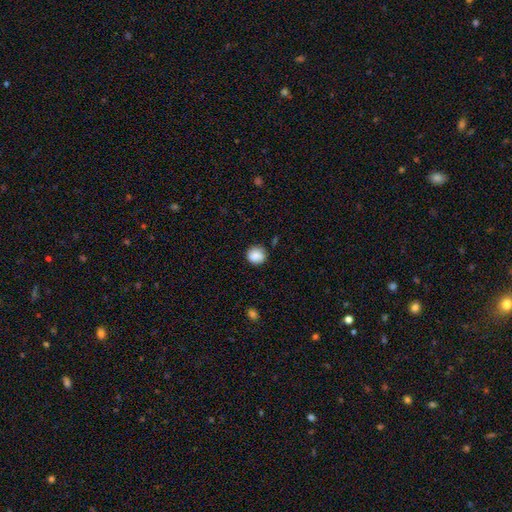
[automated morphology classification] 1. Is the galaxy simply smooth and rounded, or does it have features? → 82% smooth, 9% featured or disk, 8% star or artifact.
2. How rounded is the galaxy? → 89% round, 11% in between, 1% cigar-shaped.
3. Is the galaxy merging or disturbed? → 79% none, 16% minor disturbance, 3% major disturbance, 2% merger.